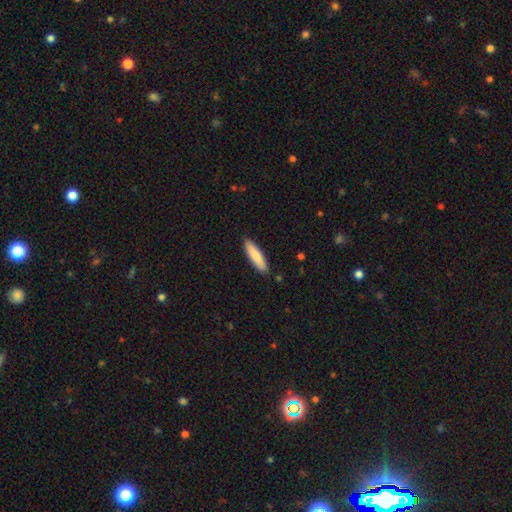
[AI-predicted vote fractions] Smooth or featured? smooth (81%)
How rounded? cigar-shaped (74%)
Merging? none (89%)